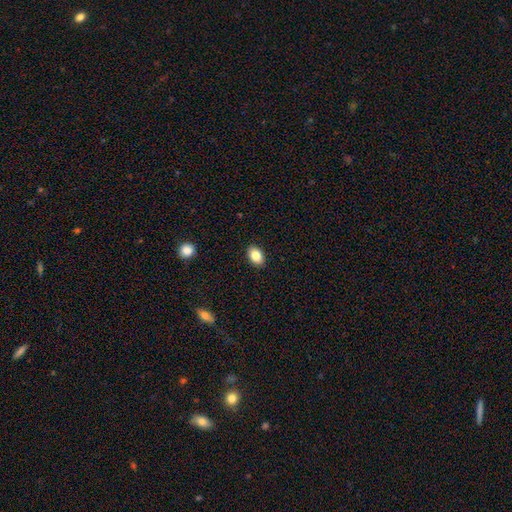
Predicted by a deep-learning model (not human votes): Smooth or featured? smooth (85%)
How rounded? in between (83%)
Merging? none (90%)